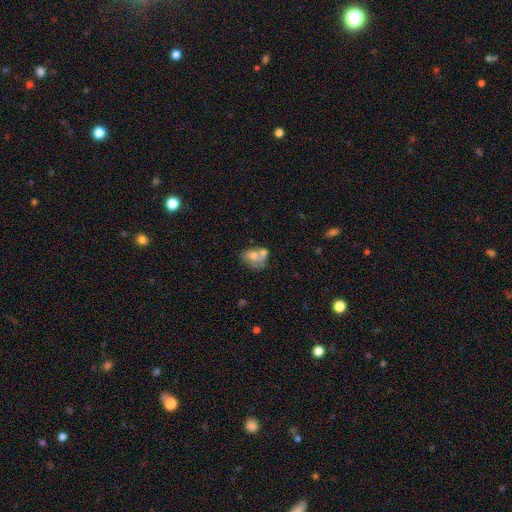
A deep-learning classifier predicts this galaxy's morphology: Smooth or featured: smooth — 62% (featured or disk — 29%)
How rounded: in between — 60% (round — 38%)
Merging: merger — 53% (none — 24%)